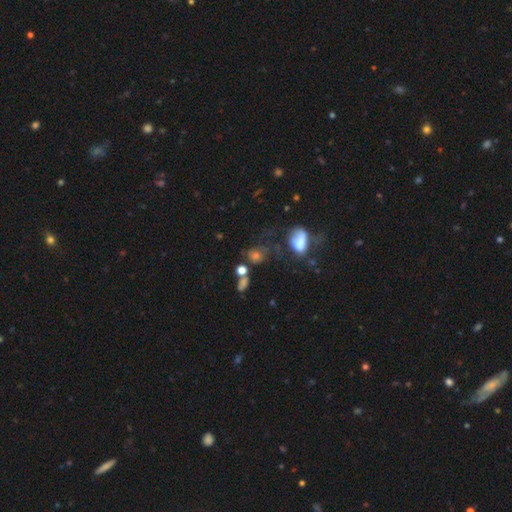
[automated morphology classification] A smooth galaxy with no disk features (53%) that is round (60%). Merging: none (46%).